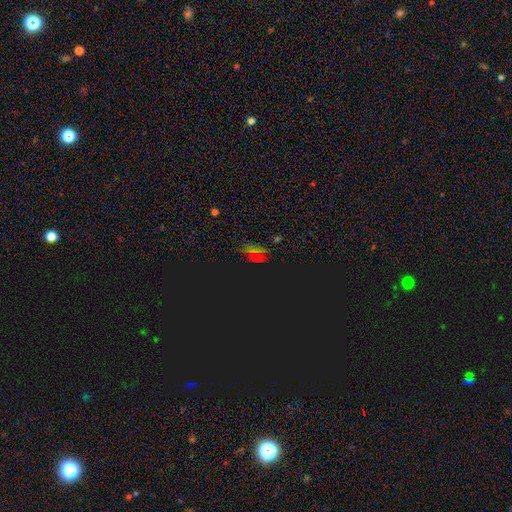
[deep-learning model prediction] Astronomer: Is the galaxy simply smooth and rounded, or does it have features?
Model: star or artifact — 67%.